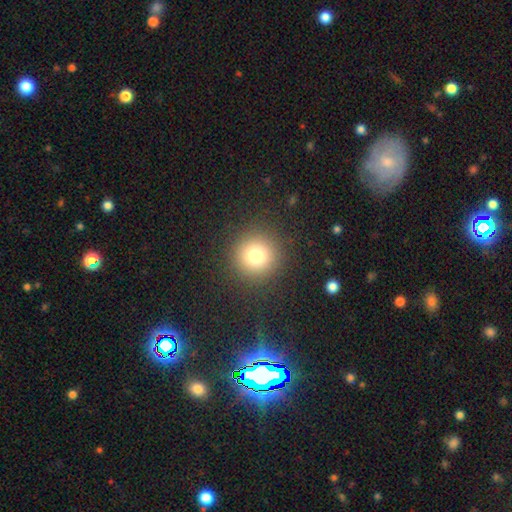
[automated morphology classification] type=smooth (77%); roundness=round (95%); merging=none (91%).